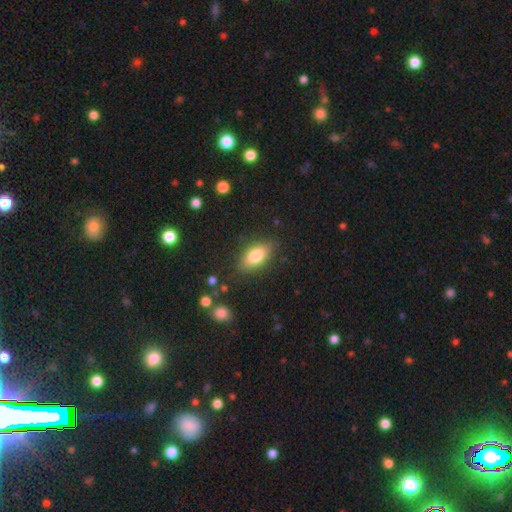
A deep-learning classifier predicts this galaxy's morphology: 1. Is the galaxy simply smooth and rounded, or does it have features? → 77% smooth, 15% featured or disk, 8% star or artifact.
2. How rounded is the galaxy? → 84% in between, 10% cigar-shaped, 6% round.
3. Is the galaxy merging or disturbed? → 83% none, 12% minor disturbance, 3% major disturbance, 2% merger.